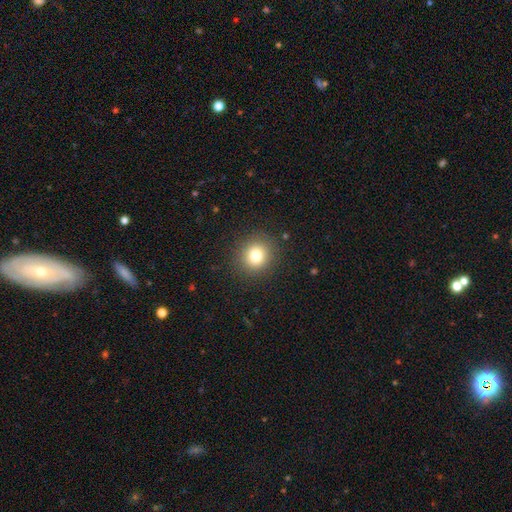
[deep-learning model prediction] smooth-or-featured: smooth: 79% | star or artifact: 13% | featured or disk: 8%
  how-rounded: round: 88% | in between: 11% | cigar-shaped: 1%
  merging: none: 89% | minor disturbance: 7% | major disturbance: 3% | merger: 1%